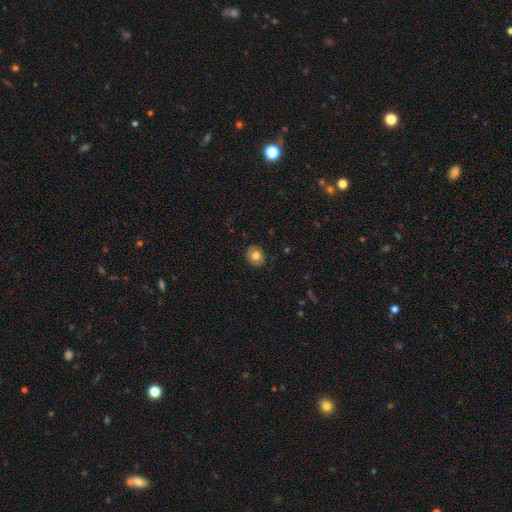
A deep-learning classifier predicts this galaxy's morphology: Smooth or featured: smooth — 75% (featured or disk — 16%)
How rounded: round — 66% (in between — 33%)
Merging: none — 86% (minor disturbance — 11%)